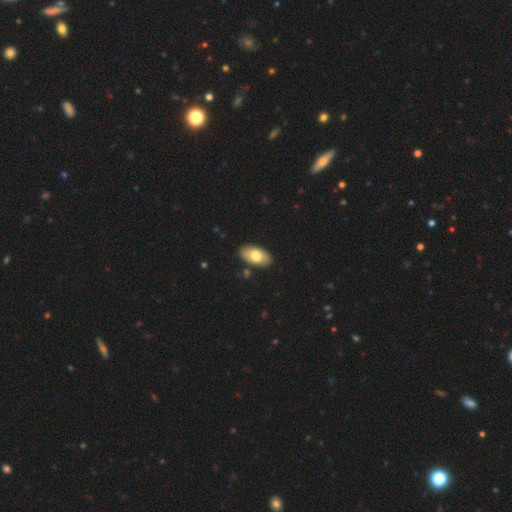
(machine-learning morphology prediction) The model was most divided on "smooth or featured": smooth: 73%, featured or disk: 22%, star or artifact: 6%. More confident: how rounded — in between (95%); merging — none (87%).